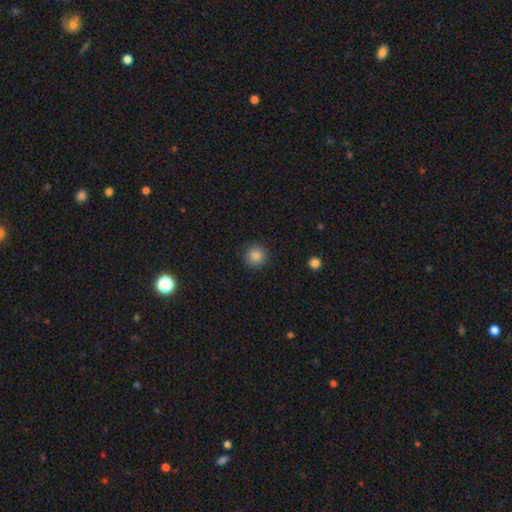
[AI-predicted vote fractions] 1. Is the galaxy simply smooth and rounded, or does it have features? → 87% smooth, 10% star or artifact, 3% featured or disk.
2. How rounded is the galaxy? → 95% round, 5% in between, 1% cigar-shaped.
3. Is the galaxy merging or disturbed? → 90% none, 6% minor disturbance, 2% major disturbance, 1% merger.